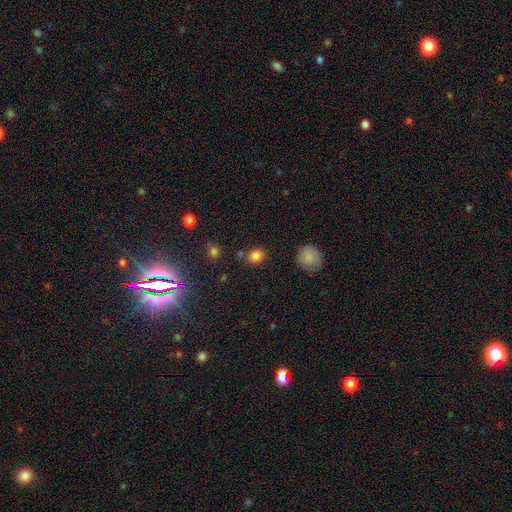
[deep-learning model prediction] Smooth or featured? Predicted: smooth (p=0.82). How rounded? Predicted: round (p=0.73). Merging? Predicted: none (p=0.77).